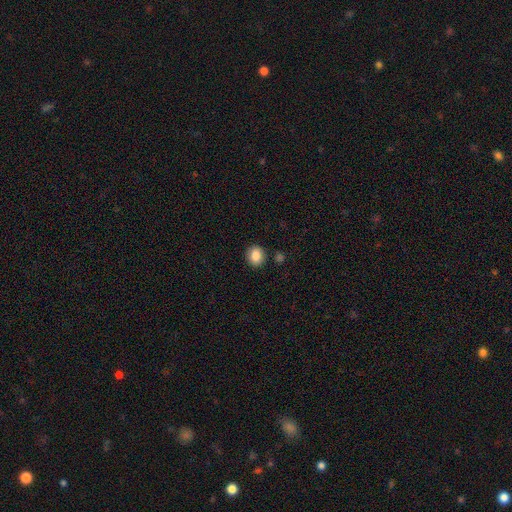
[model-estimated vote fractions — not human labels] Overall: smooth (86%). How rounded: round (72%). Merging: none (88%).